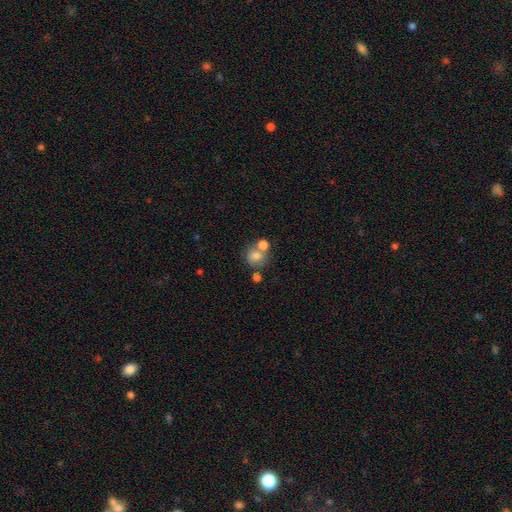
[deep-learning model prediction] Q: Smooth or featured?
A: smooth (76%); runner-up: featured or disk (13%)
Q: How rounded?
A: round (71%); runner-up: in between (28%)
Q: Merging?
A: none (42%); runner-up: merger (40%)